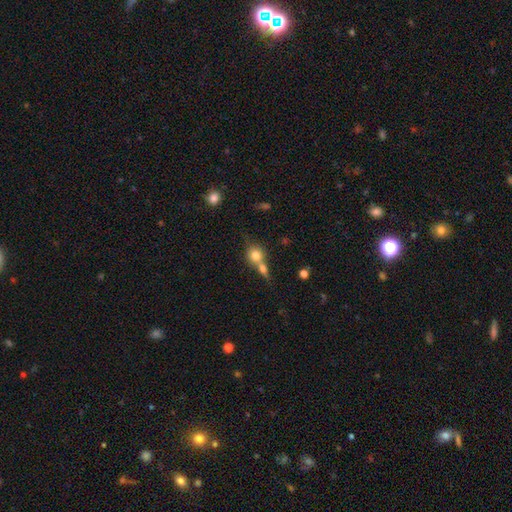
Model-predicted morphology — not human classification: This appears to be a smooth galaxy with no disk features (75%) that is round (78%). Merging: merger (55%).